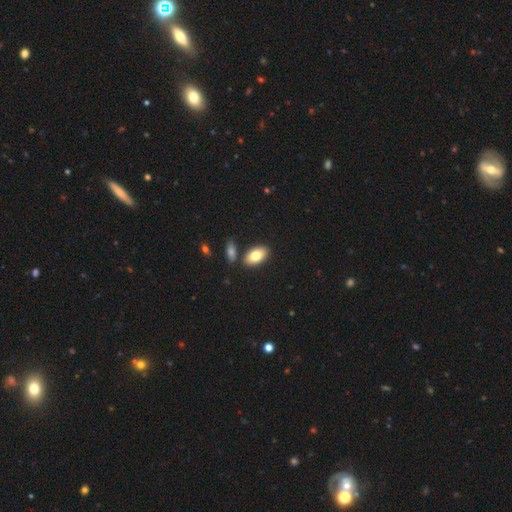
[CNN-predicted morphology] Smooth or featured?
  - smooth: 79% *
  - featured or disk: 15%
  - star or artifact: 6%
How rounded?
  - in between: 93% *
  - round: 4%
  - cigar-shaped: 3%
Merging?
  - none: 79% *
  - minor disturbance: 9%
  - merger: 9%
  - major disturbance: 2%